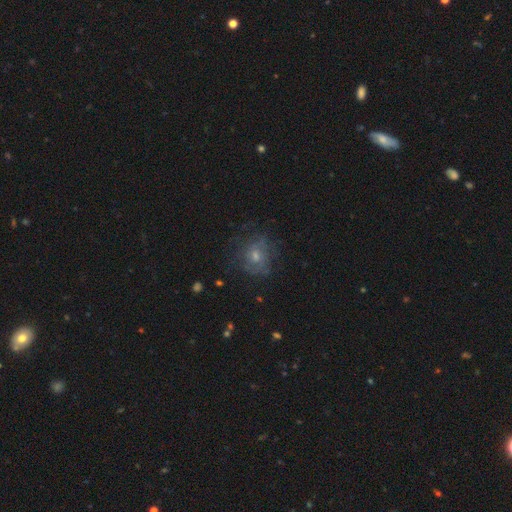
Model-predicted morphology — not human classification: This appears to be a smooth galaxy with no disk features (42%). Merging: none (70%).